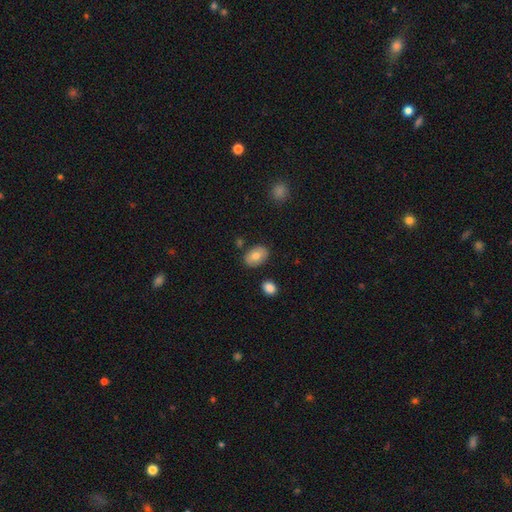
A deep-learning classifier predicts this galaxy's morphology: Q: Smooth or featured?
A: smooth (77%); runner-up: featured or disk (16%)
Q: How rounded?
A: in between (84%); runner-up: round (15%)
Q: Merging?
A: none (82%); runner-up: minor disturbance (12%)